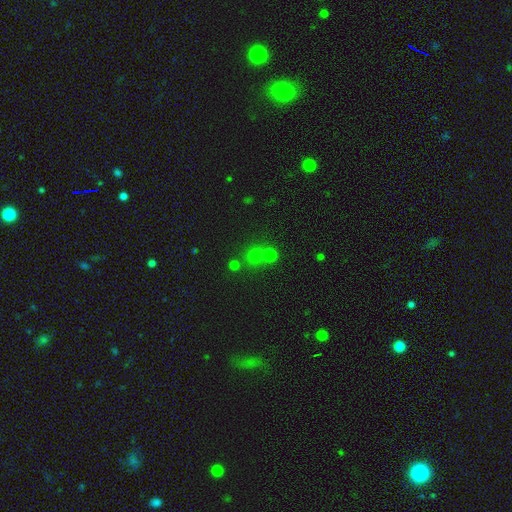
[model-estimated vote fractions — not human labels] Morphology: type=smooth (65%); roundness=round (90%); merging=none (60%).